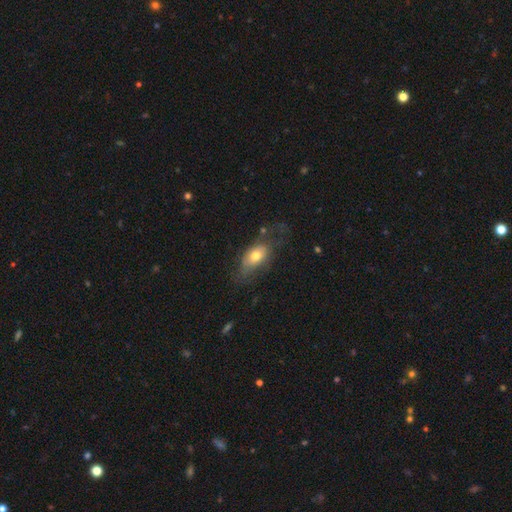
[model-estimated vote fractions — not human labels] smooth_or_featured: smooth (p=0.63) [alt: featured or disk p=0.30]
how_rounded: in between (p=0.85) [alt: round p=0.09]
merging: none (p=0.41) [alt: major disturbance p=0.28]